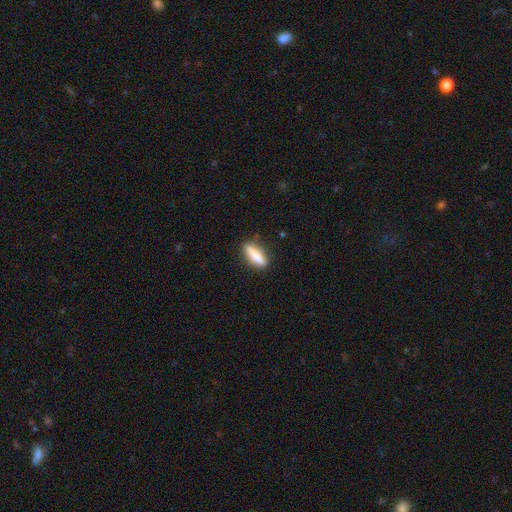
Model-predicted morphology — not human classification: The model was most divided on "how rounded": cigar-shaped: 69%, in between: 29%, round: 2%. More confident: merging — none (84%); smooth or featured — smooth (73%).